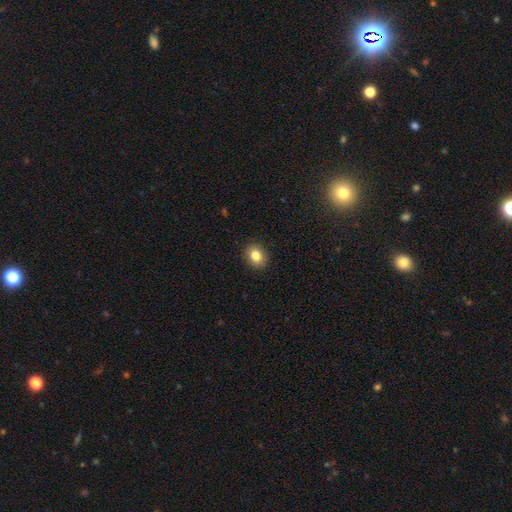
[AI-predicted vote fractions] This is clearly a smooth galaxy (83%). How rounded: possibly round (59%). Merging: clearly none (90%).